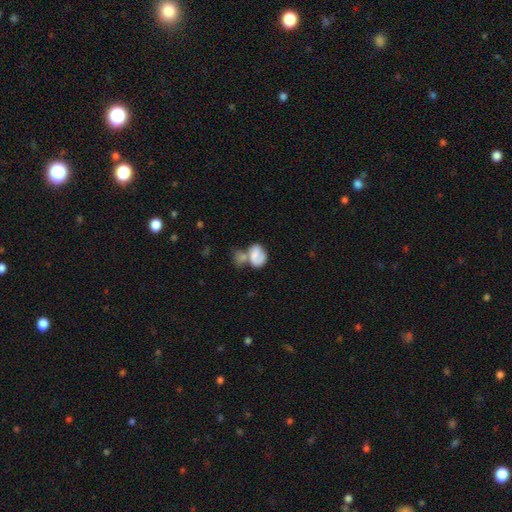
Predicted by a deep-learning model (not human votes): Smooth or featured? smooth (62%)
How rounded? in between (71%)
Merging? merger (54%)